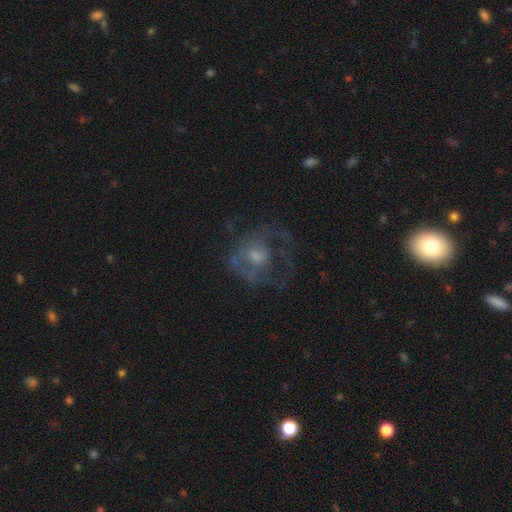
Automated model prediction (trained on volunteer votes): A featured or disk galaxy (60%) with no bar (75%), no spiral arms (50%, tied with yes) and a moderate central bulge (46%). Merging: none (46%).